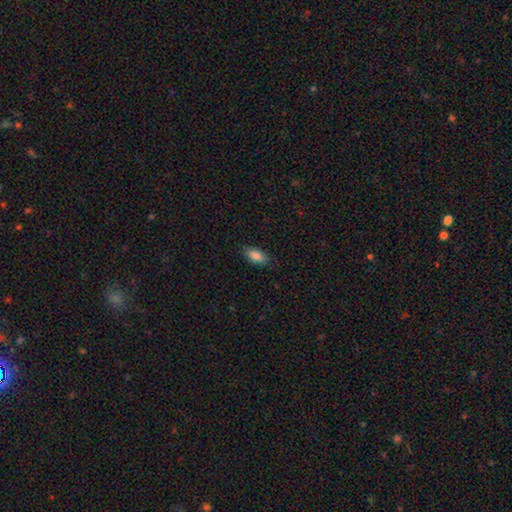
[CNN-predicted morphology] Smooth or featured: smooth — 87% (star or artifact — 7%)
How rounded: in between — 89% (cigar-shaped — 9%)
Merging: none — 85% (minor disturbance — 12%)